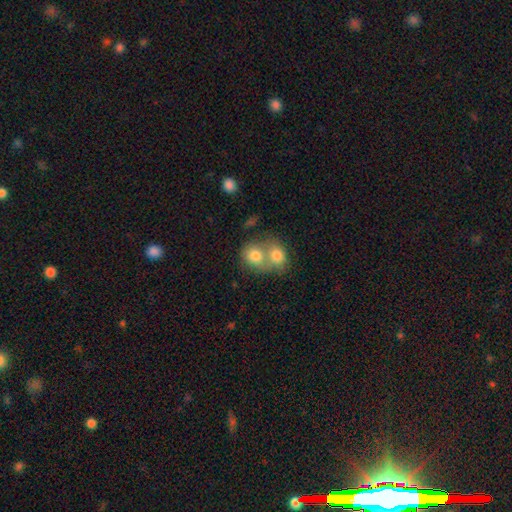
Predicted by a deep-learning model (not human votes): smooth-or-featured: smooth: 77% | featured or disk: 14% | star or artifact: 9%
  how-rounded: round: 64% | in between: 35% | cigar-shaped: 1%
  merging: merger: 69% | none: 23% | minor disturbance: 6% | major disturbance: 3%